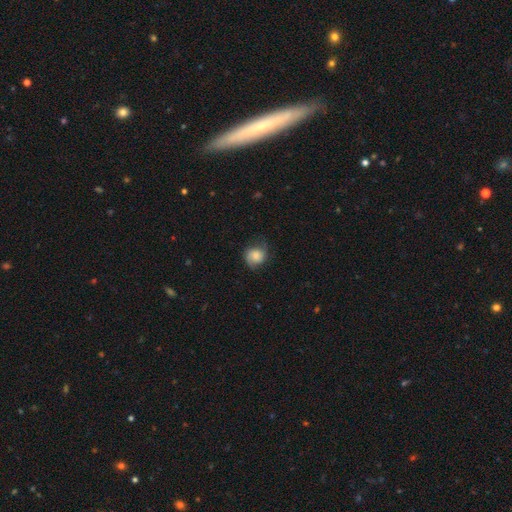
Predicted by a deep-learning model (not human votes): Q: Smooth or featured?
A: smooth (64%); runner-up: featured or disk (27%)
Q: How rounded?
A: round (74%); runner-up: in between (25%)
Q: Merging?
A: none (63%); runner-up: minor disturbance (26%)